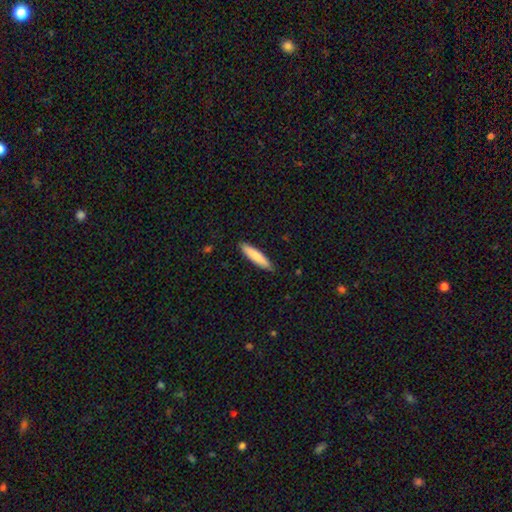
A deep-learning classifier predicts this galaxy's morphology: smooth 82%, featured or disk 12%, star or artifact 5%. Down the decision tree: how rounded — cigar-shaped (86%); merging — none (88%).